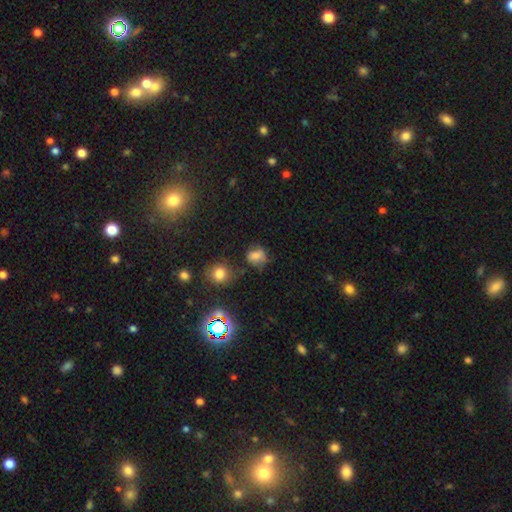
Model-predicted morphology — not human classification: Overall: smooth (67%). How rounded: round (58%; in between 40%). Merging: none (57%; minor disturbance 25%).